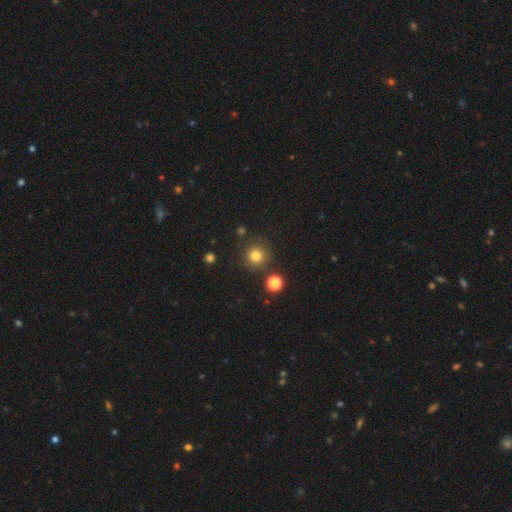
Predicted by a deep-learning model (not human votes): This is clearly a smooth galaxy (80%). How rounded: clearly round (94%). Merging: clearly none (85%).